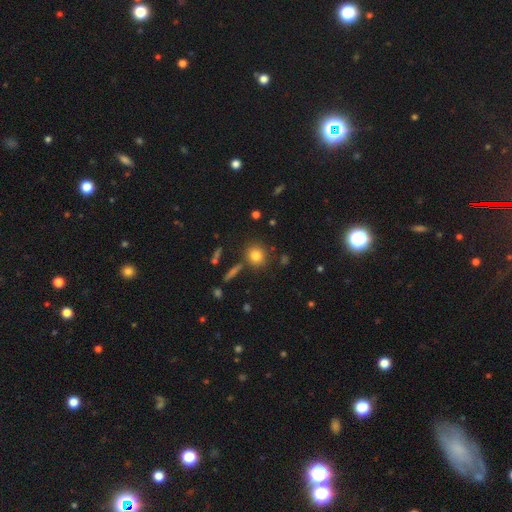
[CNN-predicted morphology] This appears to be a smooth galaxy with no disk features (80%) that is round (85%). Merging: none (80%).